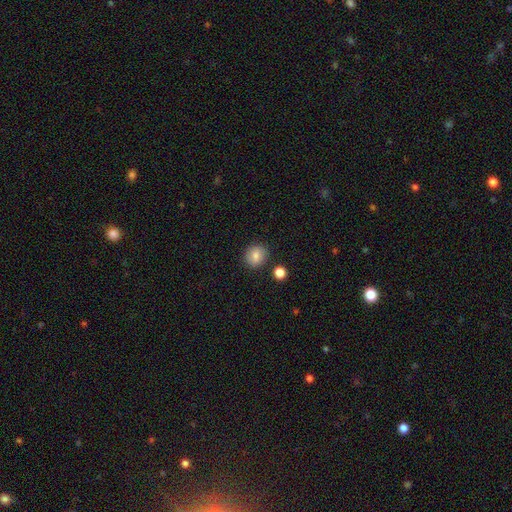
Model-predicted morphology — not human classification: Smooth or featured: smooth — 82% (star or artifact — 9%)
How rounded: round — 77% (in between — 22%)
Merging: none — 86% (minor disturbance — 9%)